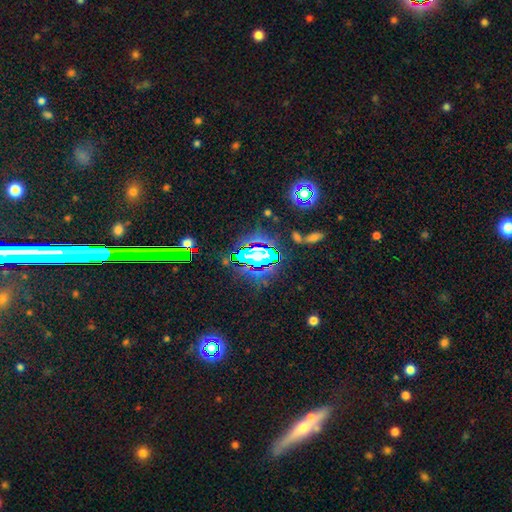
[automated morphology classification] smooth_or_featured: star or artifact (p=0.67) [alt: smooth p=0.20]